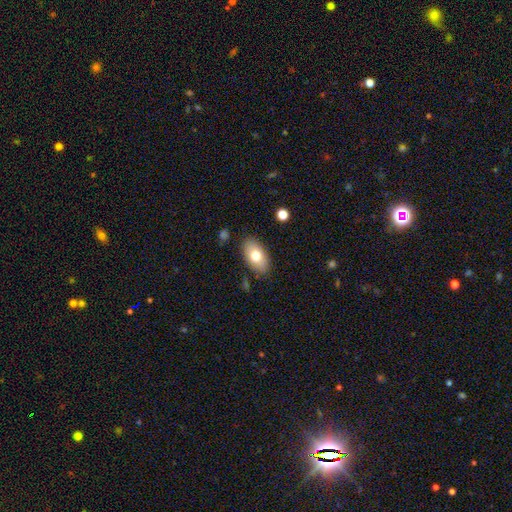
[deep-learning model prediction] Q: Smooth or featured?
A: smooth (74%); runner-up: featured or disk (19%)
Q: How rounded?
A: in between (92%); runner-up: round (6%)
Q: Merging?
A: none (85%); runner-up: minor disturbance (11%)